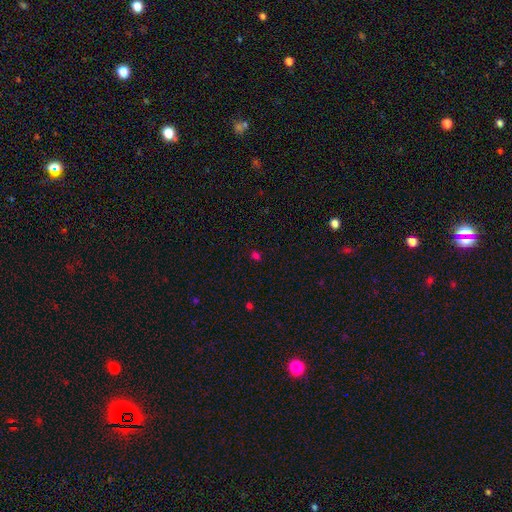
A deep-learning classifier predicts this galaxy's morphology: smooth-or-featured: smooth: 57% | star or artifact: 38% | featured or disk: 5%
  how-rounded: in between: 51% | round: 47% | cigar-shaped: 2%
  merging: none: 78% | minor disturbance: 12% | merger: 5% | major disturbance: 5%